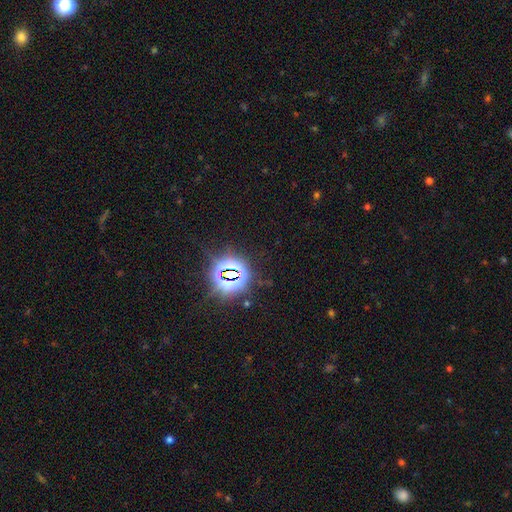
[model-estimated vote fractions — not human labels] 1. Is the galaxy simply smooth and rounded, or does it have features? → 83% star or artifact, 11% smooth, 6% featured or disk.